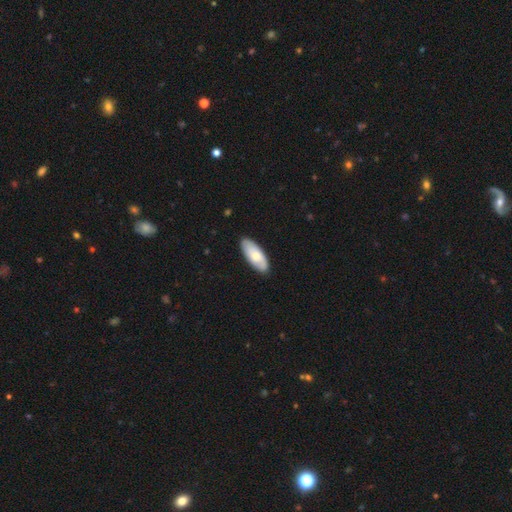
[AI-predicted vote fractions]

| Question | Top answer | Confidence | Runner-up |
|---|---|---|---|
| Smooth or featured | smooth | 65% | featured or disk (30%) |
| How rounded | in between | 84% | cigar-shaped (15%) |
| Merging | none | 87% | minor disturbance (10%) |